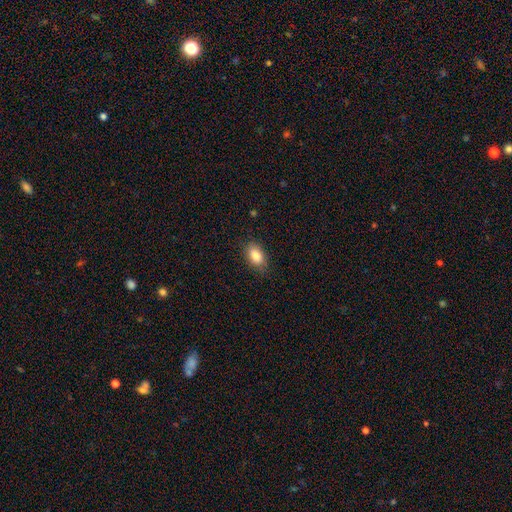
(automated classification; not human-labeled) A smooth galaxy with no disk features (85%) that is in between round and cigar-shaped (87%). Merging: none (83%).